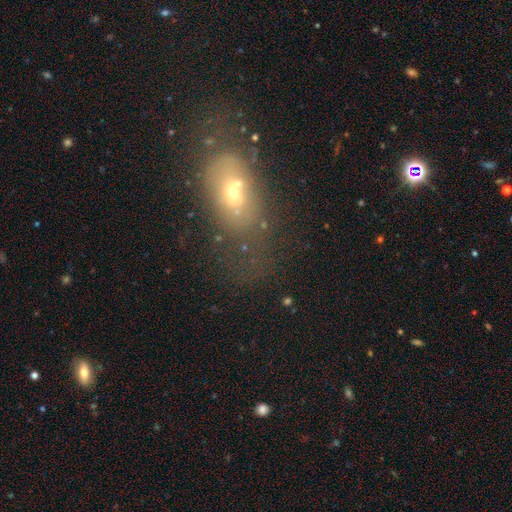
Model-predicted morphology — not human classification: The model was most divided on "smooth or featured": smooth: 43%, featured or disk: 40%, star or artifact: 18%. More confident: merging — none (62%).